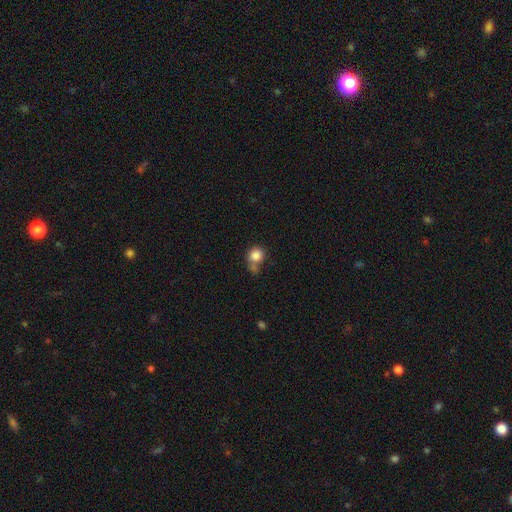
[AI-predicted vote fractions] Q: Smooth or featured?
A: smooth (84%); runner-up: star or artifact (10%)
Q: How rounded?
A: round (85%); runner-up: in between (14%)
Q: Merging?
A: none (52%); runner-up: merger (20%)